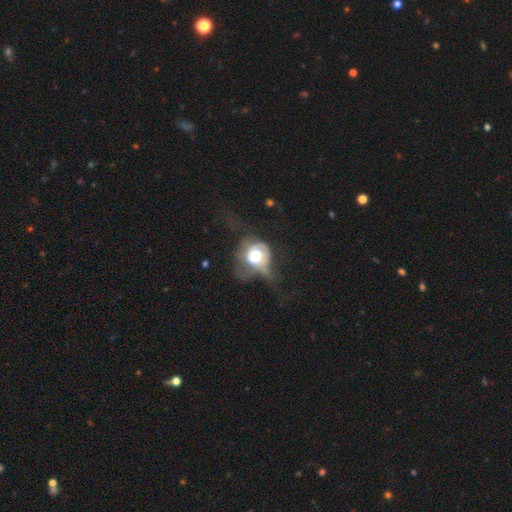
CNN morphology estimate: smooth-or-featured: smooth: 51% | featured or disk: 40% | star or artifact: 9%
  how-rounded: round: 72% | in between: 26% | cigar-shaped: 1%
  merging: major disturbance: 53% | minor disturbance: 22% | none: 18% | merger: 6%